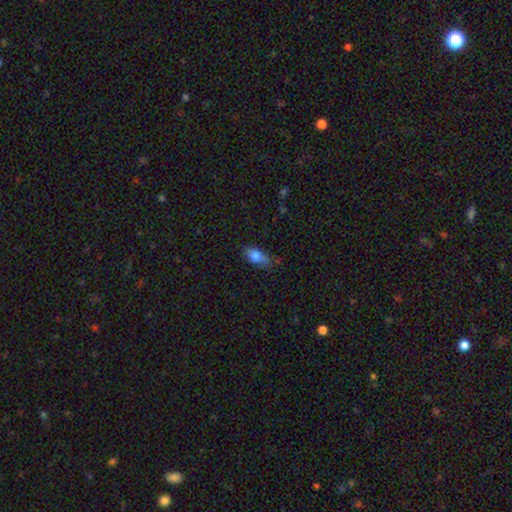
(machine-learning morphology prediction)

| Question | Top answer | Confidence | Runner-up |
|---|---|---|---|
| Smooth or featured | smooth | 78% | featured or disk (13%) |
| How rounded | in between | 80% | cigar-shaped (16%) |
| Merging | none | 64% | minor disturbance (27%) |